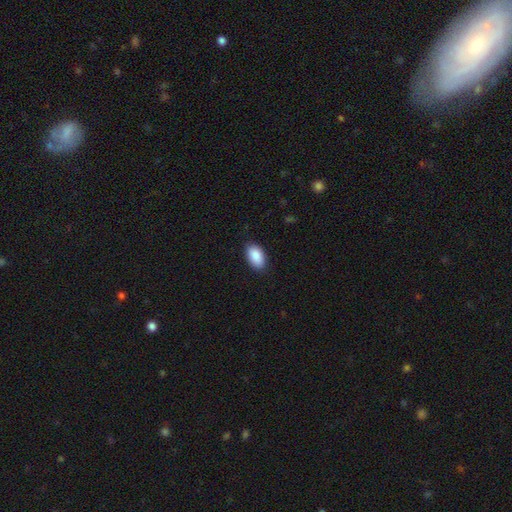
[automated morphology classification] The model was most divided on "merging": none: 87%, minor disturbance: 10%, major disturbance: 2%, merger: 1%. More confident: how rounded — in between (95%); smooth or featured — smooth (90%).